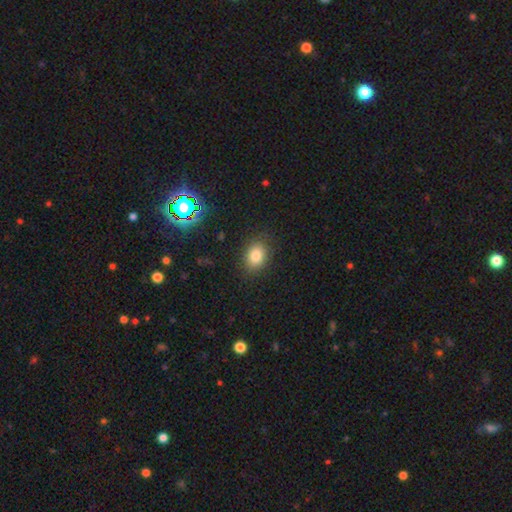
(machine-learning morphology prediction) Smooth or featured? Predicted: smooth (p=0.81). How rounded? Predicted: in between (p=0.60). Merging? Predicted: none (p=0.84).